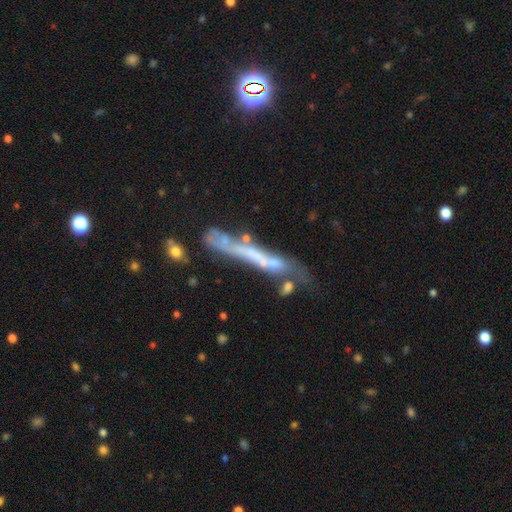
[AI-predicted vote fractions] A featured or disk galaxy (58%) viewed edge-on (72%). Merging: none (42%).